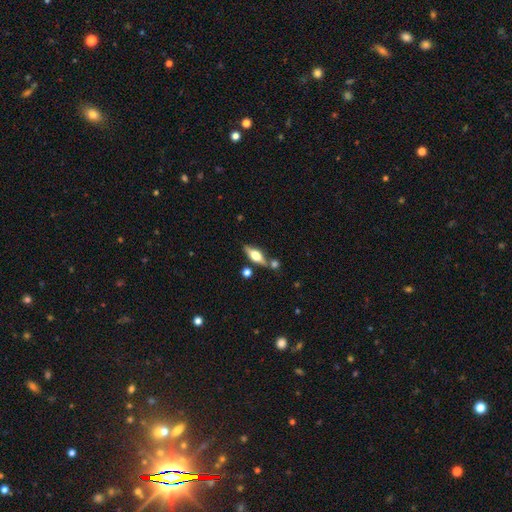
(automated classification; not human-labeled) Q: Smooth or featured?
A: featured or disk (57%); runner-up: smooth (36%)
Q: Edge-on disk?
A: yes (92%); runner-up: no (8%)
Q: Edge-on bulge?
A: rounded (90%); runner-up: boxy (8%)
Q: Merging?
A: none (72%); runner-up: merger (12%)